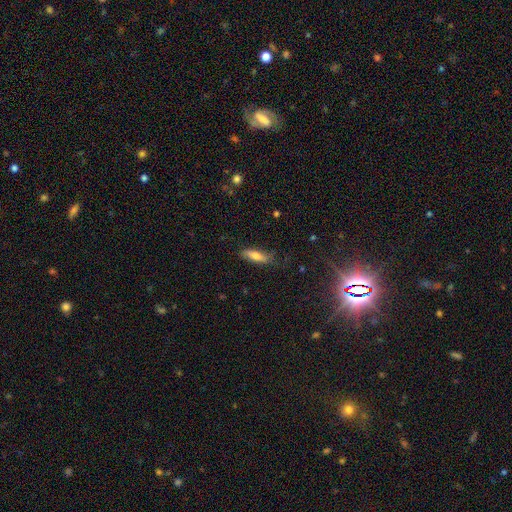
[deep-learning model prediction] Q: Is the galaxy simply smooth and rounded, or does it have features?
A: smooth — 67%.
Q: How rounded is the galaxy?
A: cigar-shaped — 56%.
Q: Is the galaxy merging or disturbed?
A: none — 70%.